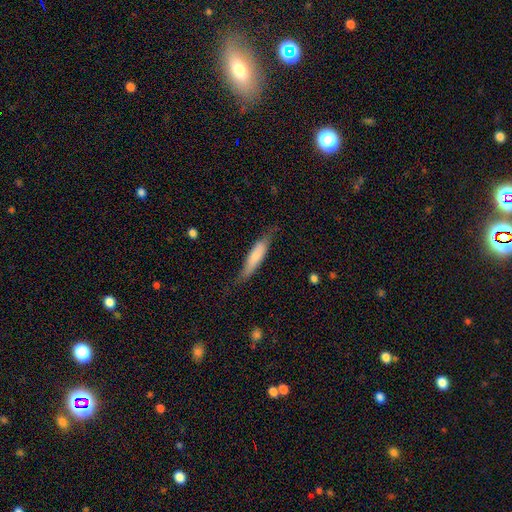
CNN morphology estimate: Overall: smooth (68%). How rounded: cigar-shaped (77%). Merging: none (63%; minor disturbance 27%).